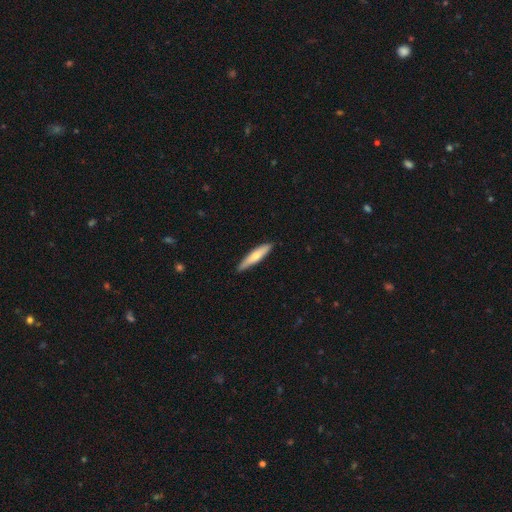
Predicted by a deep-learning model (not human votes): Q: Smooth or featured?
A: smooth (61%); runner-up: featured or disk (34%)
Q: How rounded?
A: cigar-shaped (84%); runner-up: in between (14%)
Q: Merging?
A: none (87%); runner-up: minor disturbance (10%)